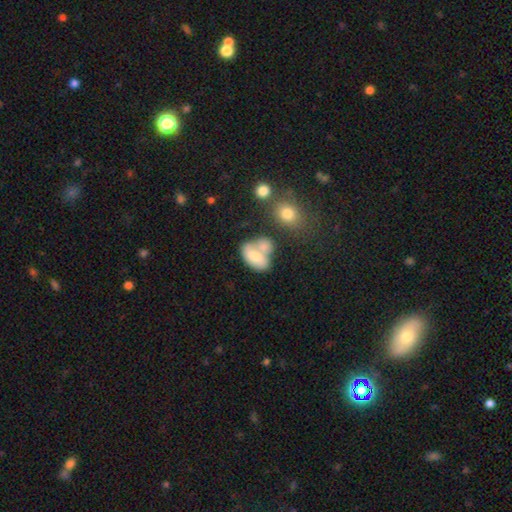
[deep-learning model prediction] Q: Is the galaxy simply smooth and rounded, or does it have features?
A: smooth — 67%.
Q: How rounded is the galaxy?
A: in between — 84%.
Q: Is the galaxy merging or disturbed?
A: merger — 51%.